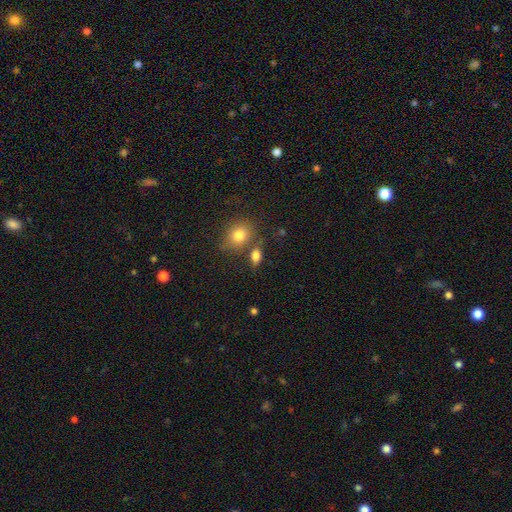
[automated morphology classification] smooth_or_featured: smooth (p=0.79) [alt: star or artifact p=0.11]
how_rounded: in between (p=0.73) [alt: round p=0.21]
merging: none (p=0.66) [alt: merger p=0.16]